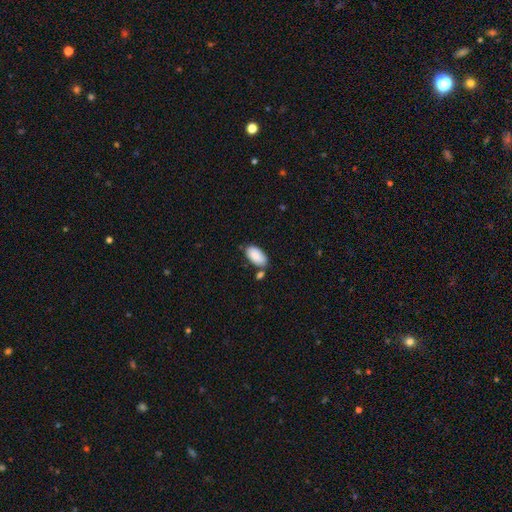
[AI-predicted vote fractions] smooth-or-featured: smooth: 89% | star or artifact: 6% | featured or disk: 5%
  how-rounded: in between: 95% | round: 3% | cigar-shaped: 2%
  merging: none: 68% | minor disturbance: 17% | merger: 11% | major disturbance: 4%